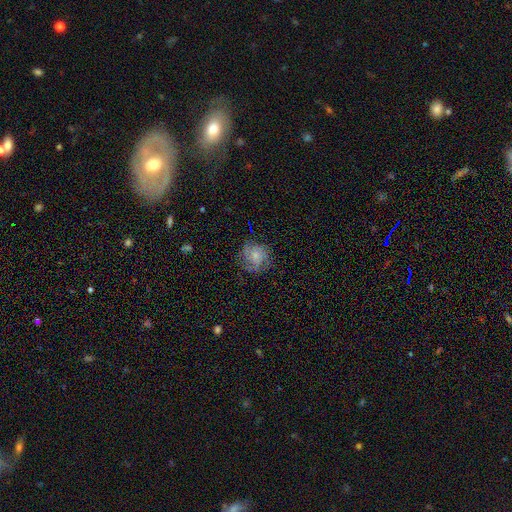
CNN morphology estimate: Smooth or featured: smooth — 49% (featured or disk — 40%)
Merging: none — 69% (minor disturbance — 20%)